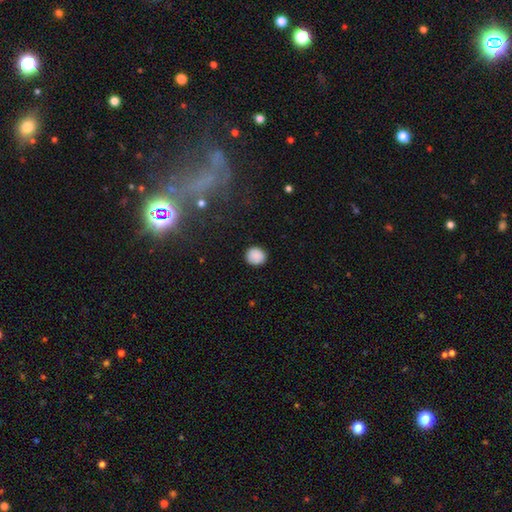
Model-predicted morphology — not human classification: Smooth or featured? Predicted: smooth (p=0.89). How rounded? Predicted: round (p=0.89). Merging? Predicted: none (p=0.90).